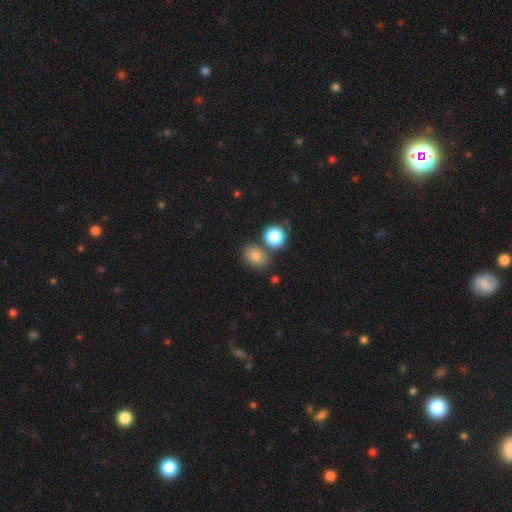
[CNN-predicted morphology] Smooth or featured? smooth (79%)
How rounded? in between (67%)
Merging? none (68%)